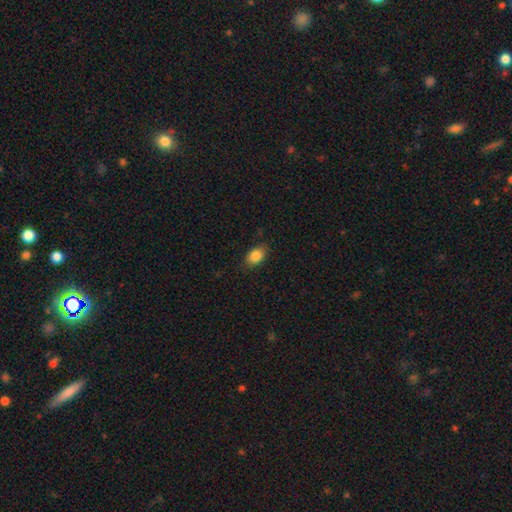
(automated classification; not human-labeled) Overall: smooth (86%). How rounded: in between (83%). Merging: none (83%).